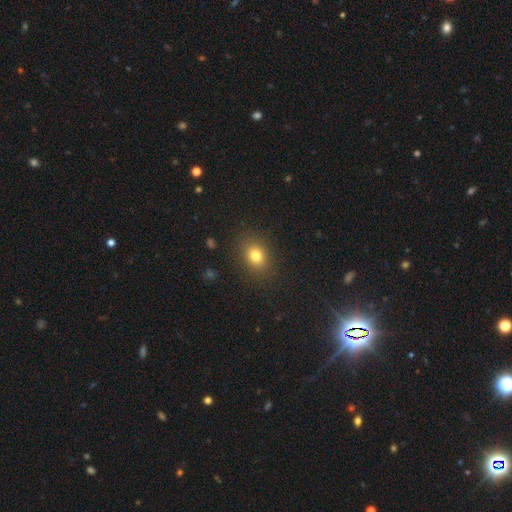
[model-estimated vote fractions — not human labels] A smooth galaxy with no disk features (79%) that is round (50%). Merging: none (87%).